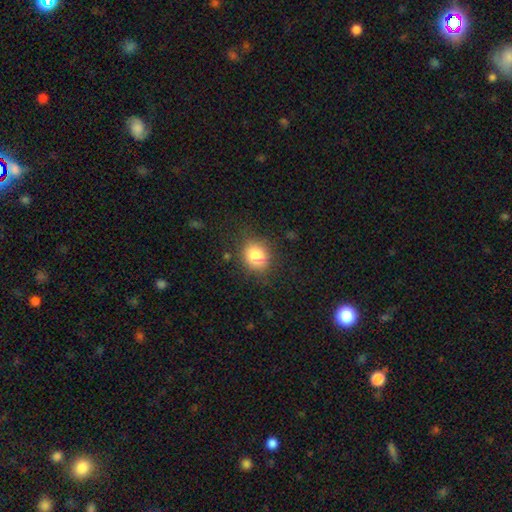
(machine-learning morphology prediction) Overall: smooth (82%). How rounded: round (68%; in between 31%). Merging: none (79%).